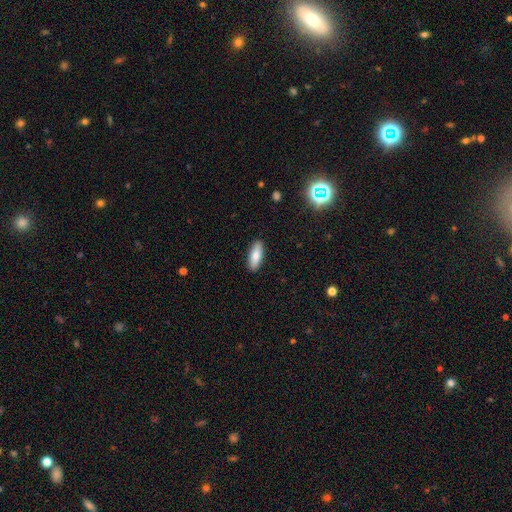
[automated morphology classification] Q: Smooth or featured?
A: smooth (81%); runner-up: featured or disk (13%)
Q: How rounded?
A: in between (65%); runner-up: cigar-shaped (33%)
Q: Merging?
A: none (90%); runner-up: minor disturbance (8%)